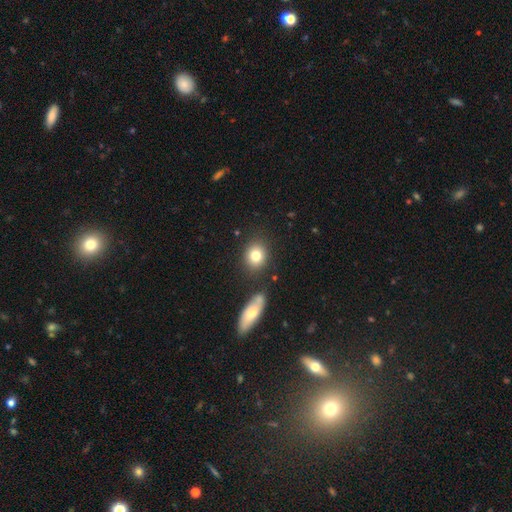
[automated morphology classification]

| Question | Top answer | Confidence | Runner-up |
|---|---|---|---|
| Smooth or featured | smooth | 79% | featured or disk (11%) |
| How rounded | round | 64% | in between (35%) |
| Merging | none | 77% | minor disturbance (10%) |